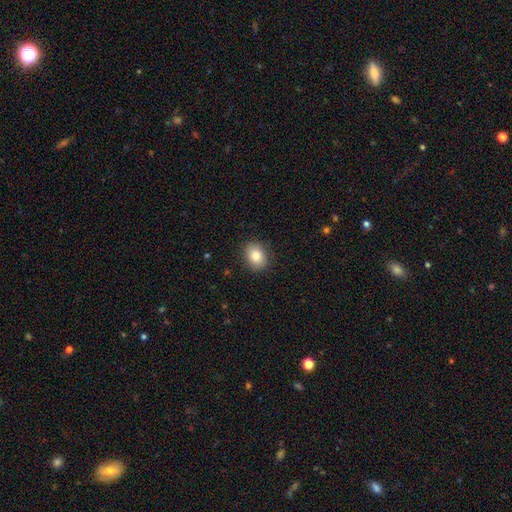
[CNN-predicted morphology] Smooth or featured? smooth (84%)
How rounded? in between (58%)
Merging? none (88%)